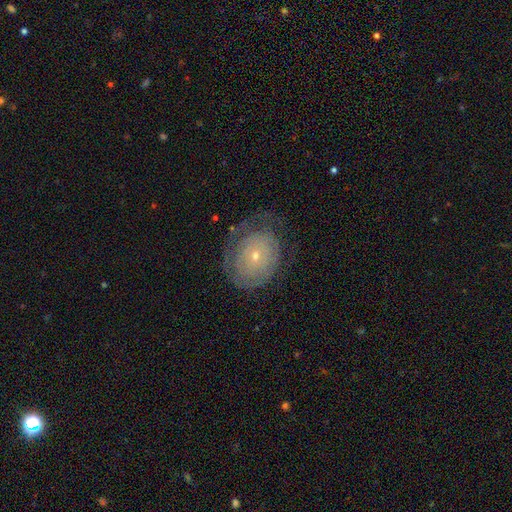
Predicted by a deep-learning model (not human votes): A featured or disk galaxy (63%) with no bar (85%), spiral arms (67%) and a small central bulge (76%).

Vote fractions:
- Smooth or featured? featured or disk: 63% / smooth: 29% / star or artifact: 8%
- Edge-on disk? no: 96% / yes: 4%
- Bar? no: 85% / weak: 13% / strong: 3%
- Spiral arms? yes: 67% / no: 33%
- Bulge size? small: 76% / moderate: 21% / large: 1% / none: 1% / dominant: 1%
- Merging? none: 59% / minor disturbance: 23% / major disturbance: 17% / merger: 1%